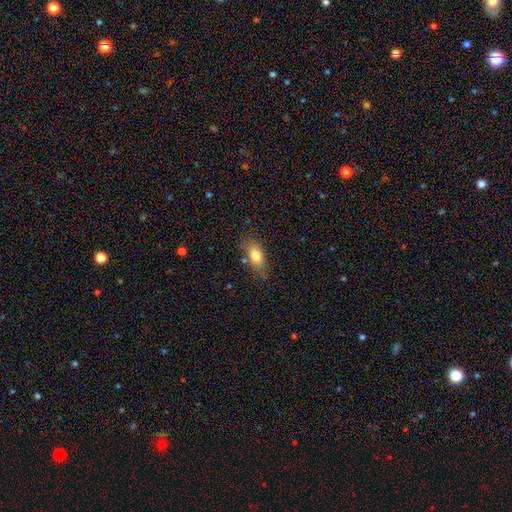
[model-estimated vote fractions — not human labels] smooth_or_featured: smooth (p=0.77) [alt: featured or disk p=0.15]
how_rounded: in between (p=0.84) [alt: cigar-shaped p=0.10]
merging: none (p=0.67) [alt: minor disturbance p=0.22]